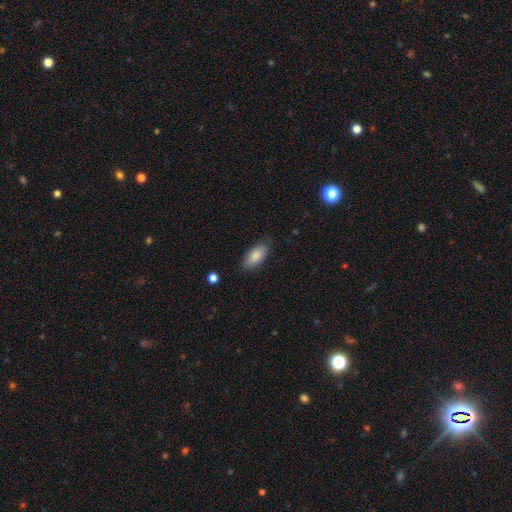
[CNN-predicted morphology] smooth_or_featured: smooth (p=0.85) [alt: featured or disk p=0.09]
how_rounded: in between (p=0.90) [alt: cigar-shaped p=0.07]
merging: none (p=0.82) [alt: minor disturbance p=0.13]